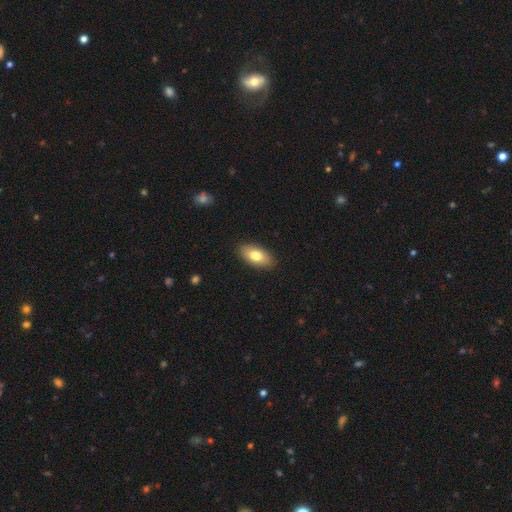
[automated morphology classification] type=smooth (78%); roundness=in between (91%); merging=none (89%).